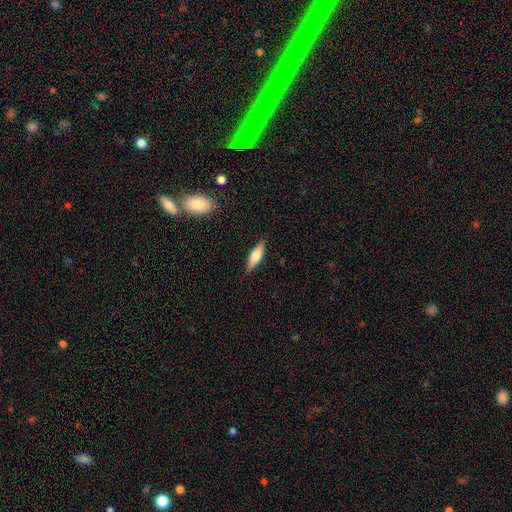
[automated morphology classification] The model was most divided on "how rounded": in between: 52%, cigar-shaped: 45%, round: 3%. More confident: merging — none (85%); smooth or featured — smooth (58%).